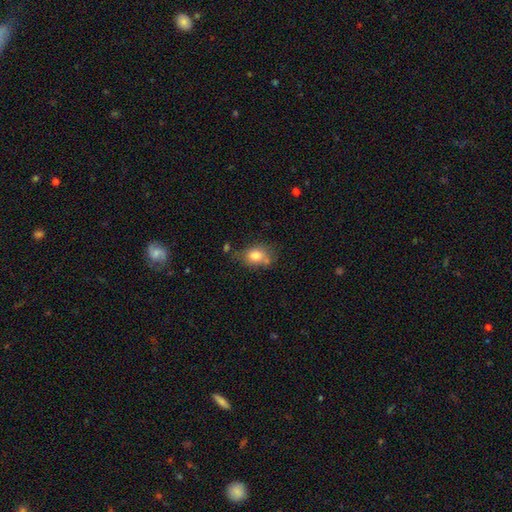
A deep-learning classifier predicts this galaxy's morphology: smooth_or_featured: smooth (p=0.79) [alt: featured or disk p=0.12]
how_rounded: in between (p=0.69) [alt: round p=0.30]
merging: none (p=0.54) [alt: minor disturbance p=0.26]